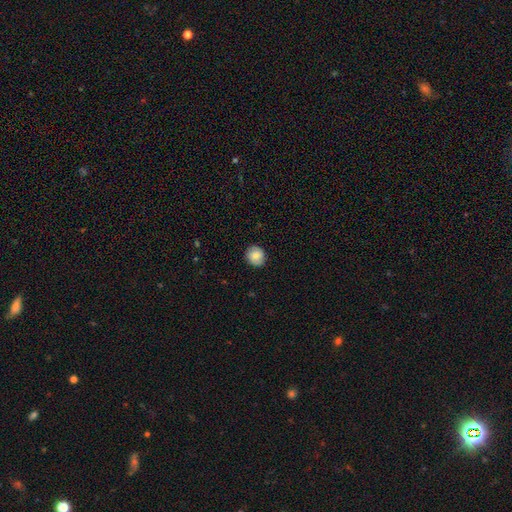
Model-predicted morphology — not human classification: smooth-or-featured: smooth: 79% | featured or disk: 13% | star or artifact: 8%
  how-rounded: round: 82% | in between: 17% | cigar-shaped: 1%
  merging: none: 87% | minor disturbance: 10% | major disturbance: 2% | merger: 1%